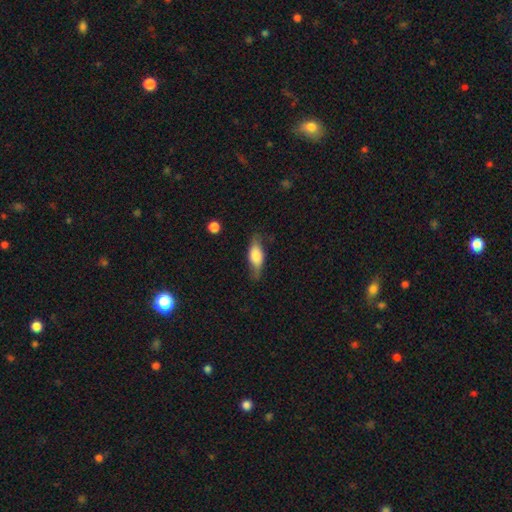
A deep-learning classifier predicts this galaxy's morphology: Overall: smooth (63%; featured or disk 30%). How rounded: in between (71%). Merging: none (69%).